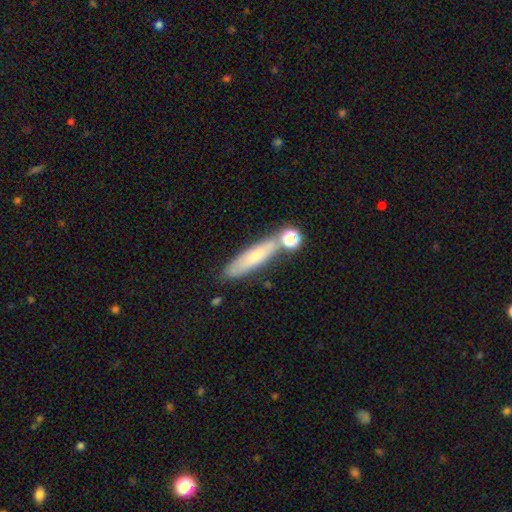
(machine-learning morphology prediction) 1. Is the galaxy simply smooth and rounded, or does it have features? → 61% smooth, 30% featured or disk, 9% star or artifact.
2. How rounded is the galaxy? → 75% cigar-shaped, 22% in between, 3% round.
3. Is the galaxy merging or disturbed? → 65% none, 16% merger, 14% minor disturbance, 4% major disturbance.